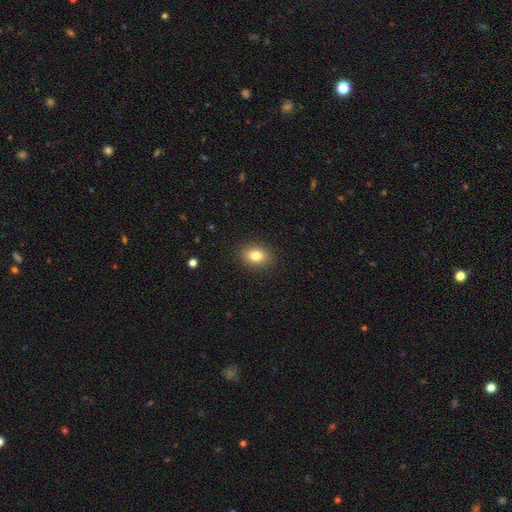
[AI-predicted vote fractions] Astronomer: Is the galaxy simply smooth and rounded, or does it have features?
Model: smooth — 82%.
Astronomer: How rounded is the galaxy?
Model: in between — 65%.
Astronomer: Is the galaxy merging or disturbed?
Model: none — 89%.